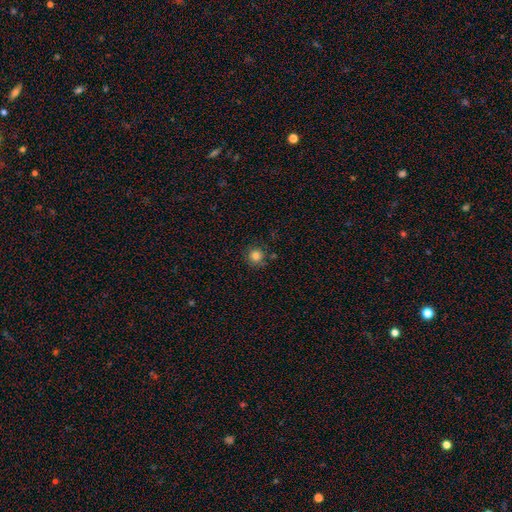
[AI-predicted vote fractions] This is clearly a smooth galaxy (82%). How rounded: clearly round (94%). Merging: clearly none (83%).